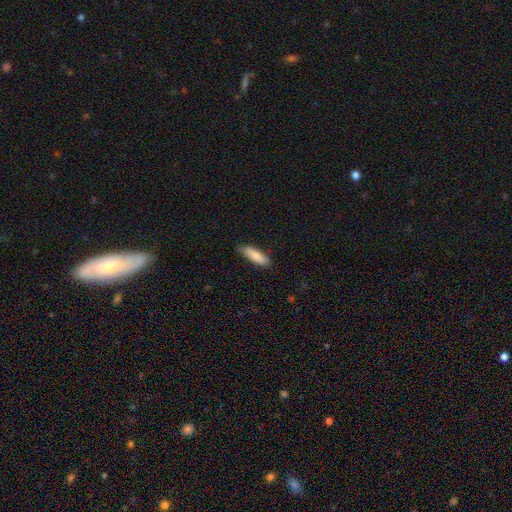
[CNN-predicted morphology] A smooth galaxy with no disk features (86%) that is cigar-shaped (50%).

Vote fractions:
- Smooth or featured? smooth: 86% / featured or disk: 9% / star or artifact: 6%
- How rounded? cigar-shaped: 50% / in between: 49% / round: 1%
- Merging? none: 83% / minor disturbance: 14% / major disturbance: 2% / merger: 1%